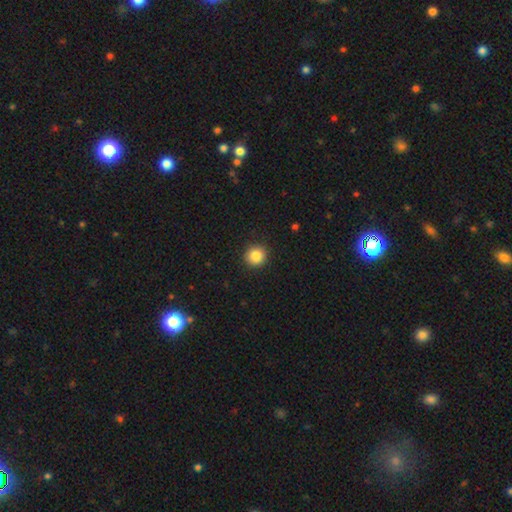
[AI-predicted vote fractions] A smooth galaxy with no disk features (86%) that is round (90%). Merging: none (91%).